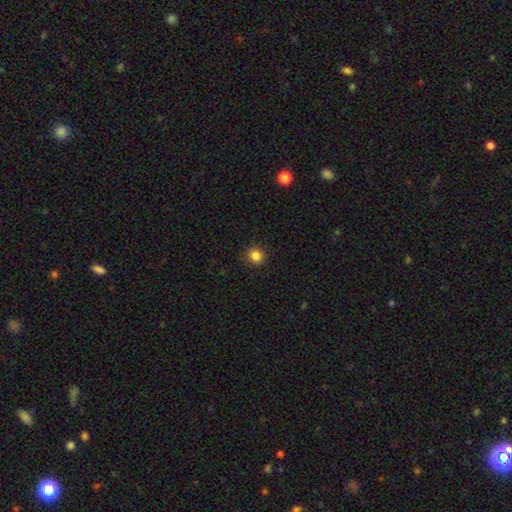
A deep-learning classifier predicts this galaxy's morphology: Smooth or featured?
  - smooth: 84% *
  - star or artifact: 12%
  - featured or disk: 4%
How rounded?
  - round: 90% *
  - in between: 9%
  - cigar-shaped: 1%
Merging?
  - none: 90% *
  - minor disturbance: 7%
  - major disturbance: 2%
  - merger: 1%